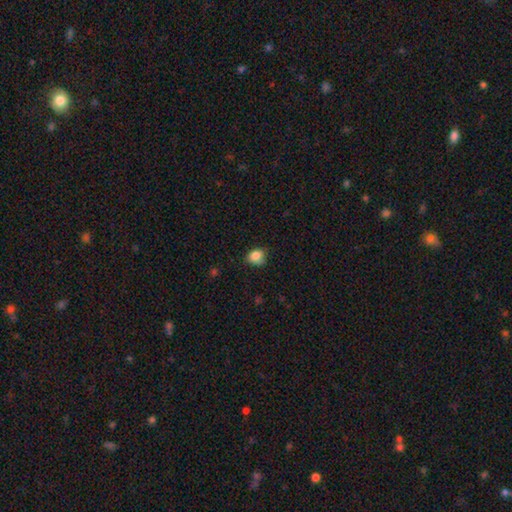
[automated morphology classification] Smooth or featured? Predicted: smooth (p=0.84). How rounded? Predicted: round (p=0.53). Merging? Predicted: none (p=0.63).